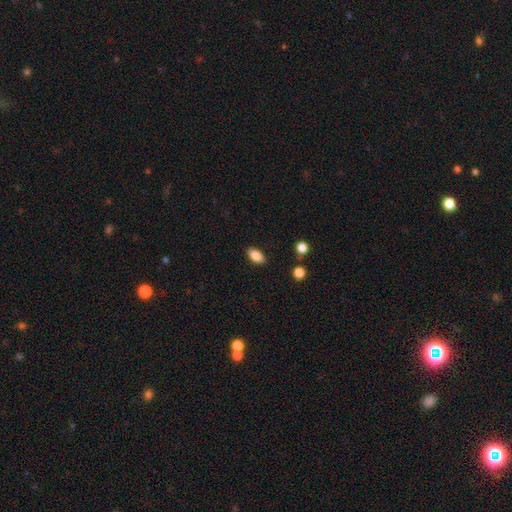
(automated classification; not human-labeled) Q: Smooth or featured?
A: smooth (85%); runner-up: star or artifact (8%)
Q: How rounded?
A: in between (90%); runner-up: cigar-shaped (6%)
Q: Merging?
A: none (87%); runner-up: minor disturbance (9%)